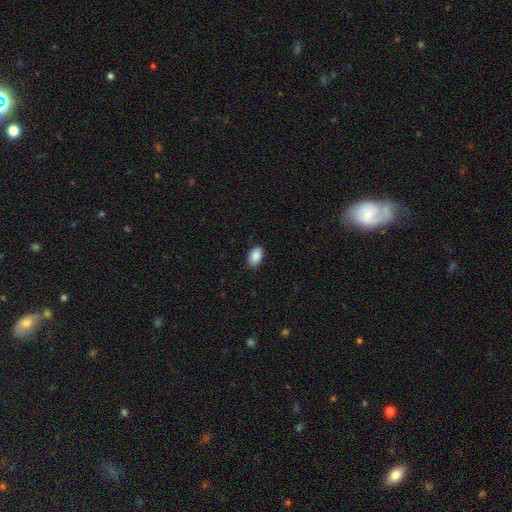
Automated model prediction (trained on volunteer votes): Smooth or featured?
  - smooth: 89% *
  - star or artifact: 7%
  - featured or disk: 4%
How rounded?
  - in between: 89% *
  - round: 9%
  - cigar-shaped: 1%
Merging?
  - none: 86% *
  - minor disturbance: 11%
  - major disturbance: 2%
  - merger: 1%